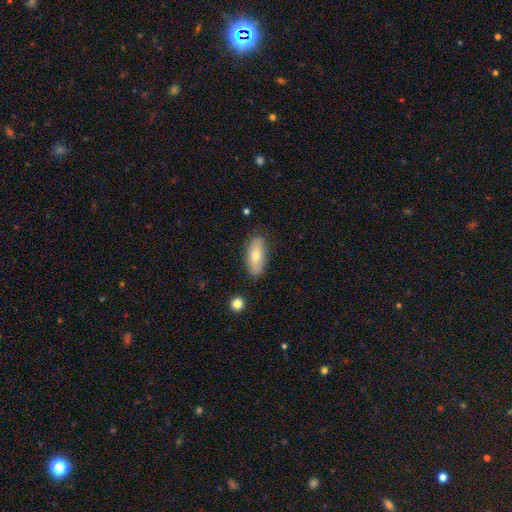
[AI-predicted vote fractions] The model was most divided on "smooth or featured": smooth: 69%, featured or disk: 25%, star or artifact: 6%. More confident: how rounded — in between (83%); merging — none (80%).